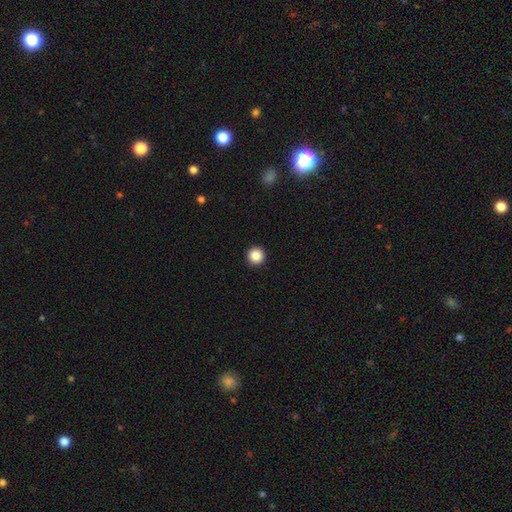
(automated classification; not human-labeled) The model was most divided on "smooth or featured": smooth: 87%, star or artifact: 10%, featured or disk: 3%. More confident: how rounded — round (96%); merging — none (94%).